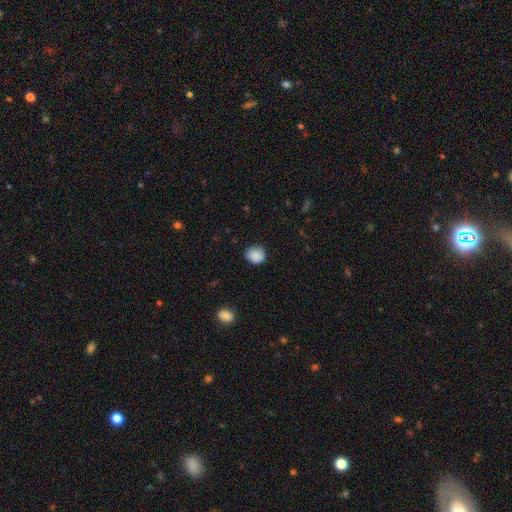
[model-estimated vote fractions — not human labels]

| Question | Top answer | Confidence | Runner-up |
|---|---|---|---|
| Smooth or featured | smooth | 86% | star or artifact (9%) |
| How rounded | round | 79% | in between (20%) |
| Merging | none | 78% | minor disturbance (18%) |